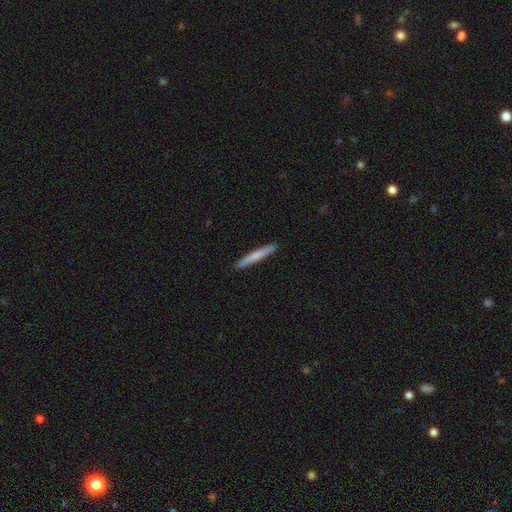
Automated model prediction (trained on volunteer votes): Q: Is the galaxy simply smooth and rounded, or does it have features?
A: smooth — 70%.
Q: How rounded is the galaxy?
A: cigar-shaped — 96%.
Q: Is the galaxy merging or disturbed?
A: none — 91%.